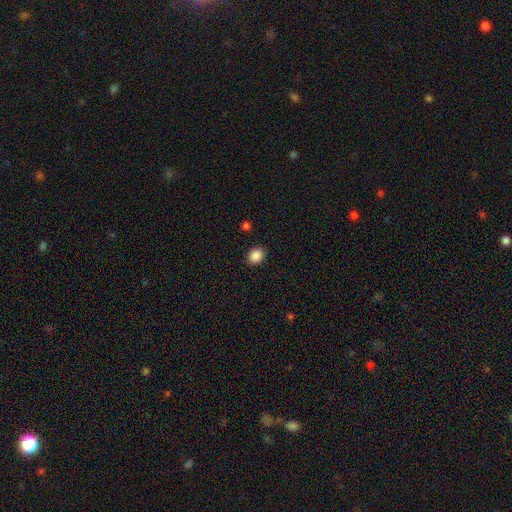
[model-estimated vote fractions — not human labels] Smooth or featured? Predicted: smooth (p=0.88). How rounded? Predicted: round (p=0.55). Merging? Predicted: none (p=0.90).